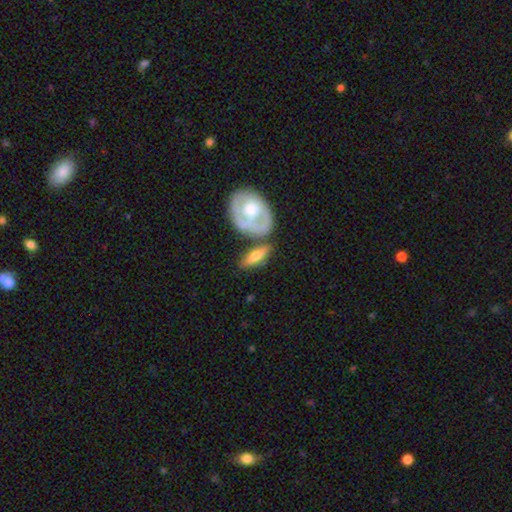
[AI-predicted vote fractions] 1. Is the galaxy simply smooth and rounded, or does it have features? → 49% smooth, 46% featured or disk, 5% star or artifact.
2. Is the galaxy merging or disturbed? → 56% none, 19% merger, 18% minor disturbance, 7% major disturbance.